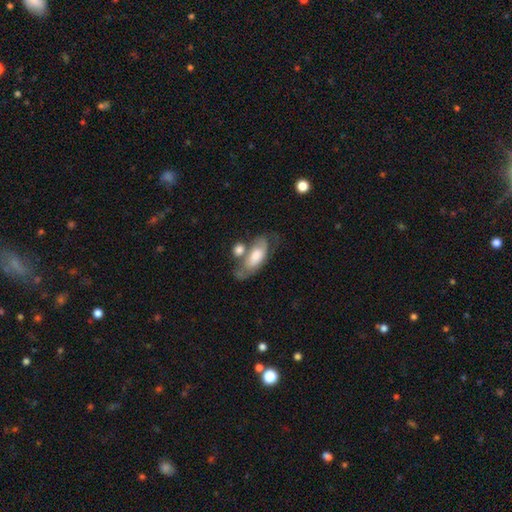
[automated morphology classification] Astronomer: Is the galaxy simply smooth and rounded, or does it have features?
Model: smooth — 54% (runner-up: featured or disk, 39%).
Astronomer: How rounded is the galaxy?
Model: in between — 84%.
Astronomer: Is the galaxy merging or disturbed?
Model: none — 37% (runner-up: merger, 27%).